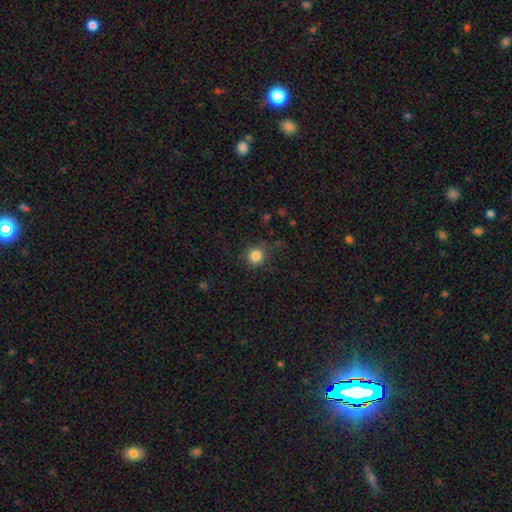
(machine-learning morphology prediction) Smooth or featured?
  - smooth: 84% *
  - star or artifact: 12%
  - featured or disk: 5%
How rounded?
  - round: 92% *
  - in between: 7%
  - cigar-shaped: 1%
Merging?
  - none: 83% *
  - minor disturbance: 11%
  - major disturbance: 4%
  - merger: 2%